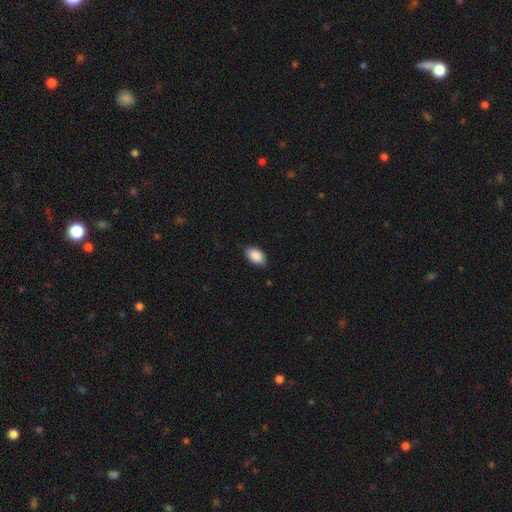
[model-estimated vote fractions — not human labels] The model was most divided on "merging": none: 81%, minor disturbance: 15%, major disturbance: 3%, merger: 1%. More confident: how rounded — in between (93%); smooth or featured — smooth (89%).